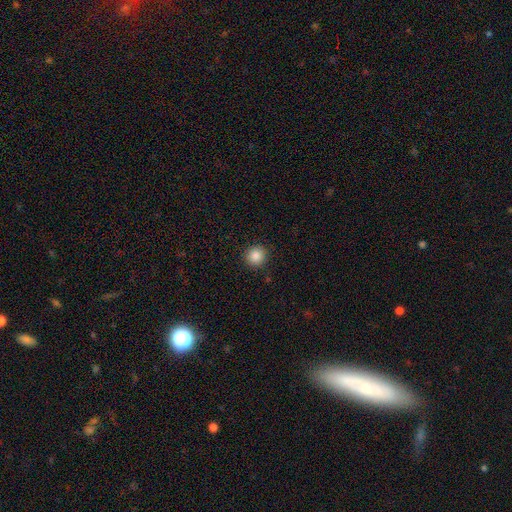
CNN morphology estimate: smooth_or_featured: smooth (p=0.86) [alt: star or artifact p=0.10]
how_rounded: round (p=0.93) [alt: in between p=0.06]
merging: none (p=0.91) [alt: minor disturbance p=0.06]